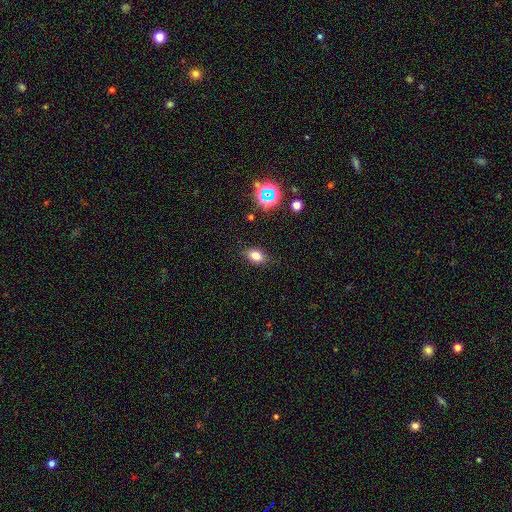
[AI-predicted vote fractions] This is likely a smooth galaxy (76%). How rounded: clearly in between (80%). Merging: clearly none (84%).